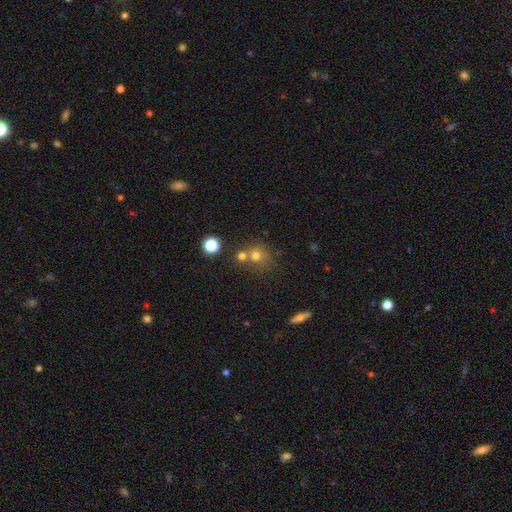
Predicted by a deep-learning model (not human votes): smooth_or_featured: smooth (p=0.69) [alt: star or artifact p=0.17]
how_rounded: round (p=0.82) [alt: in between p=0.17]
merging: none (p=0.48) [alt: merger p=0.39]